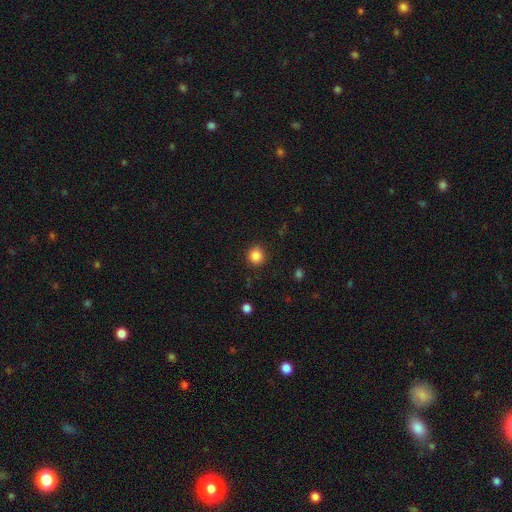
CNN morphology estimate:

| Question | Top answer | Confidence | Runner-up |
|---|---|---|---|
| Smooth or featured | smooth | 86% | star or artifact (11%) |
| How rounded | round | 91% | in between (8%) |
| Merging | none | 89% | minor disturbance (8%) |